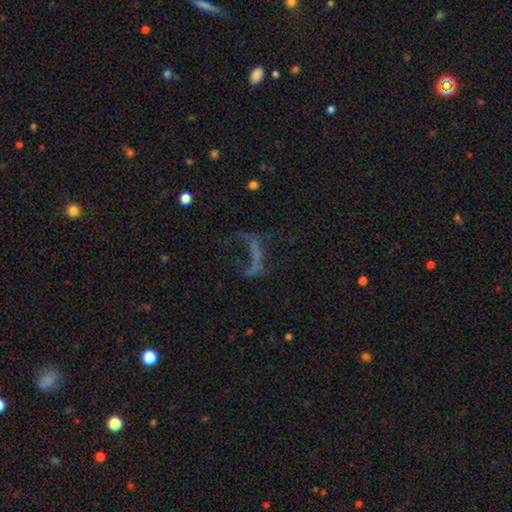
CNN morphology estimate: smooth-or-featured: featured or disk: 44% | star or artifact: 29% | smooth: 28%
  merging: major disturbance: 42% | none: 38% | minor disturbance: 13% | merger: 7%